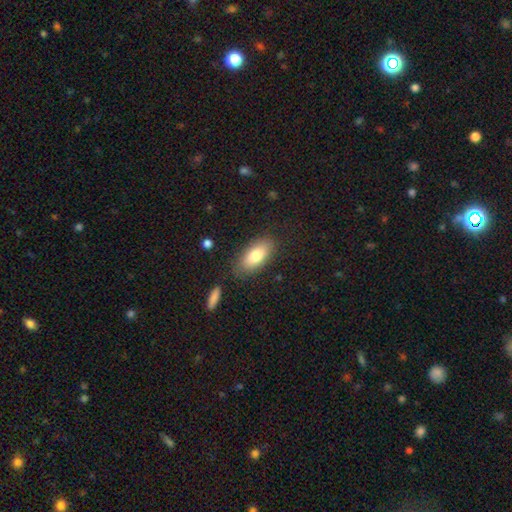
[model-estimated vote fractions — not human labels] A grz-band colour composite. It shows a smooth galaxy with no disk features (78%) that is in between round and cigar-shaped (88%). Merging: none (83%).